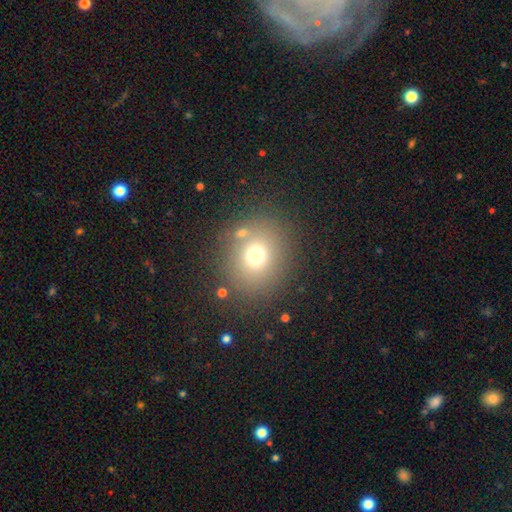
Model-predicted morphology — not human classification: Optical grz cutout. It shows a smooth galaxy with no disk features (70%) that is round (74%). Merging: none (79%).